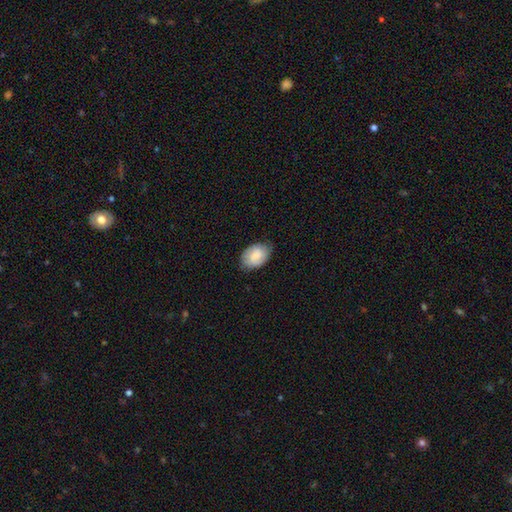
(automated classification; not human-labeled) Smooth or featured: smooth — 74% (featured or disk — 19%)
How rounded: in between — 87% (round — 12%)
Merging: none — 74% (minor disturbance — 21%)